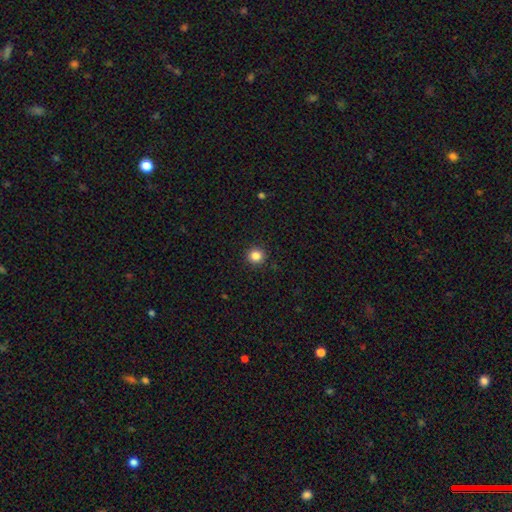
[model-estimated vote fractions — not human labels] A smooth galaxy with no disk features (84%) that is round (94%). Merging: none (92%).